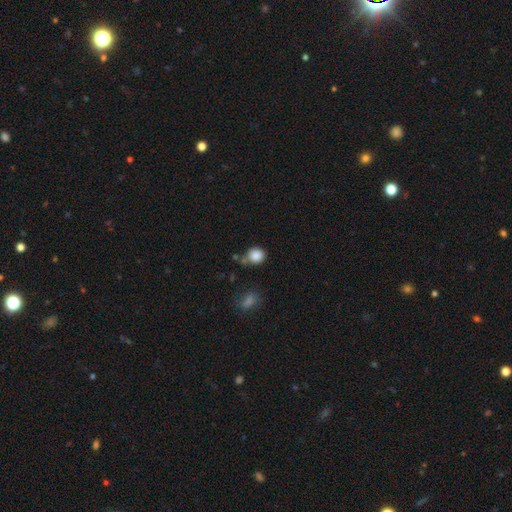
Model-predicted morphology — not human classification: type=smooth (86%); roundness=round (84%); merging=none (66%).